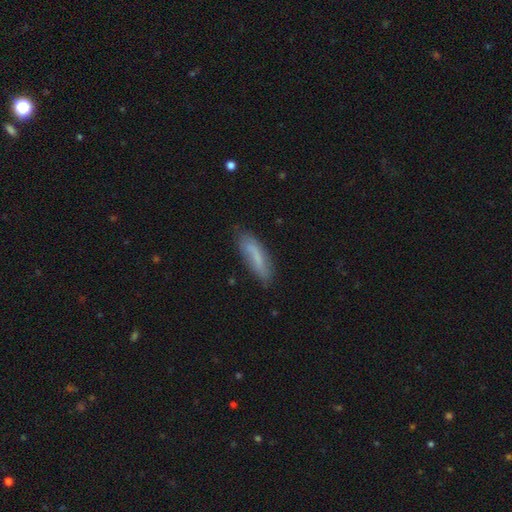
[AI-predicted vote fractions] This is likely a smooth galaxy (67%). How rounded: likely cigar-shaped (65%). Merging: likely none (71%).